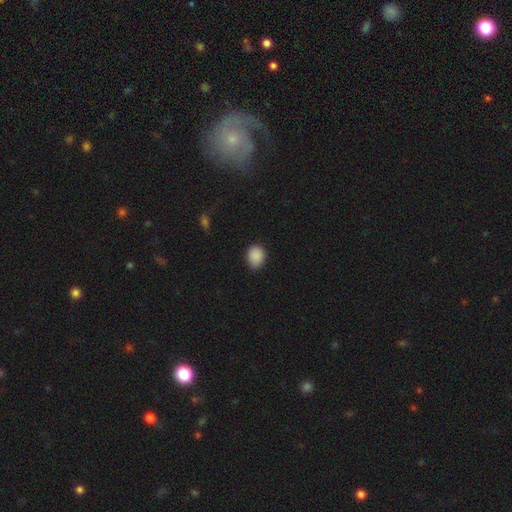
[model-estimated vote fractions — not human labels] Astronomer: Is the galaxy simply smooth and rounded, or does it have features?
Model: smooth — 89%.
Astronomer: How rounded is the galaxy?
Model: round — 56% (runner-up: in between, 43%).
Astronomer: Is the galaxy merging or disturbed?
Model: none — 77%.